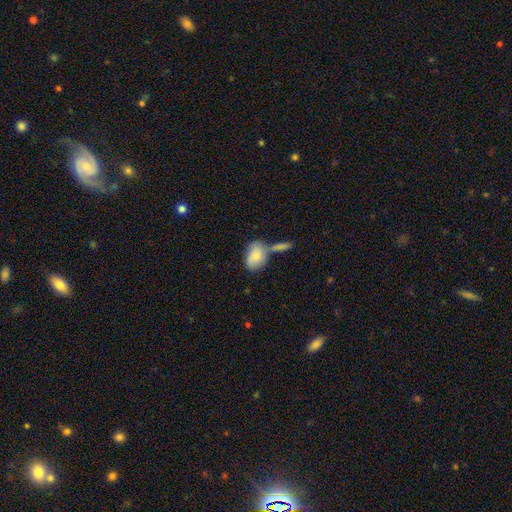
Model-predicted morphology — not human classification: Smooth or featured: smooth — 77% (featured or disk — 16%)
How rounded: in between — 81% (round — 17%)
Merging: none — 39% (merger — 37%)